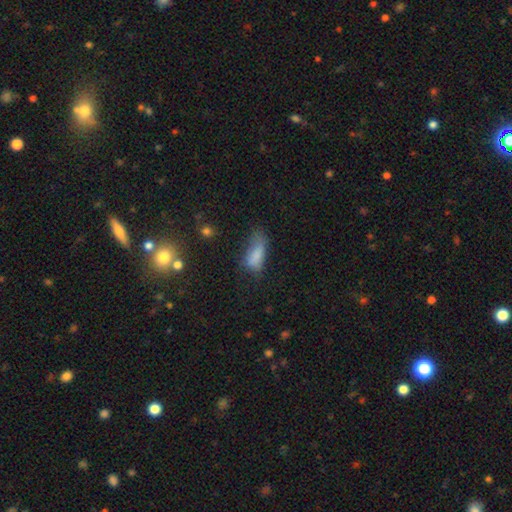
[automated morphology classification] Smooth or featured: smooth — 75% (featured or disk — 13%)
How rounded: in between — 78% (cigar-shaped — 19%)
Merging: minor disturbance — 34% (major disturbance — 32%)